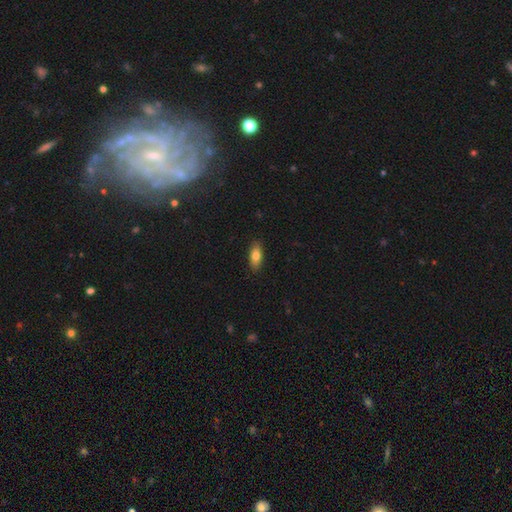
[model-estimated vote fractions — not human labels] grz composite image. It shows a smooth galaxy with no disk features (80%) that is in between round and cigar-shaped (81%). Merging: none (88%).